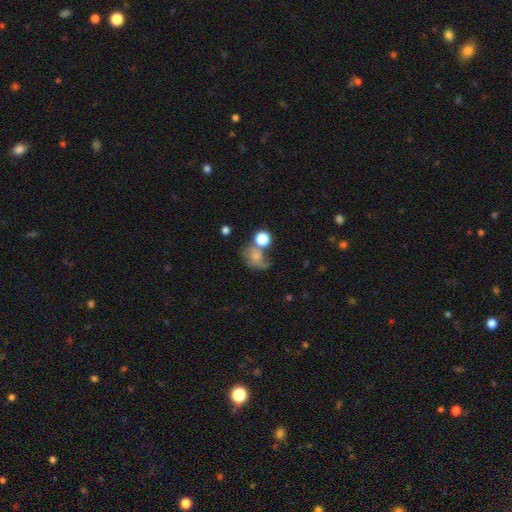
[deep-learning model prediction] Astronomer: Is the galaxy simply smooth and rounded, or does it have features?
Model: smooth — 58%.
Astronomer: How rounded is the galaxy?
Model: round — 53% (runner-up: in between, 45%).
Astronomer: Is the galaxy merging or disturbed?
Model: none — 30% (runner-up: major disturbance, 28%).